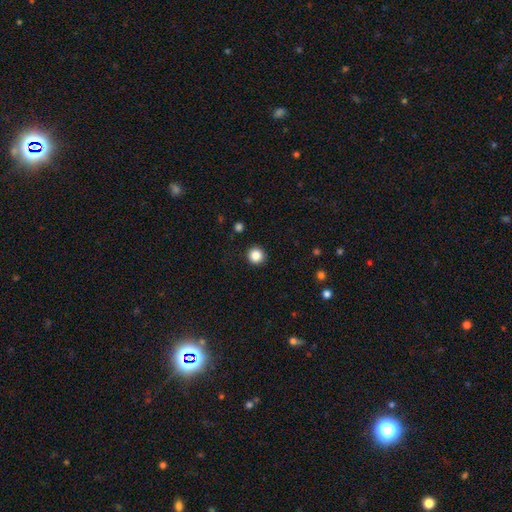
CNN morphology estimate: The model was most divided on "smooth or featured": smooth: 86%, star or artifact: 11%, featured or disk: 3%. More confident: how rounded — round (95%); merging — none (92%).